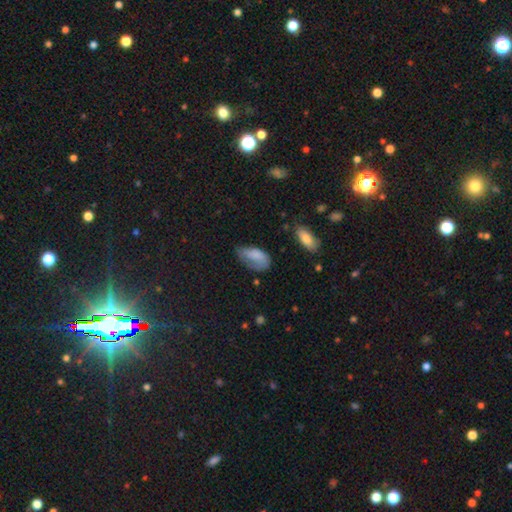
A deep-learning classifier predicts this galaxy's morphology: smooth_or_featured: smooth (p=0.73) [alt: featured or disk p=0.19]
how_rounded: in between (p=0.91) [alt: round p=0.05]
merging: minor disturbance (p=0.35) [tied with: none p=0.35]